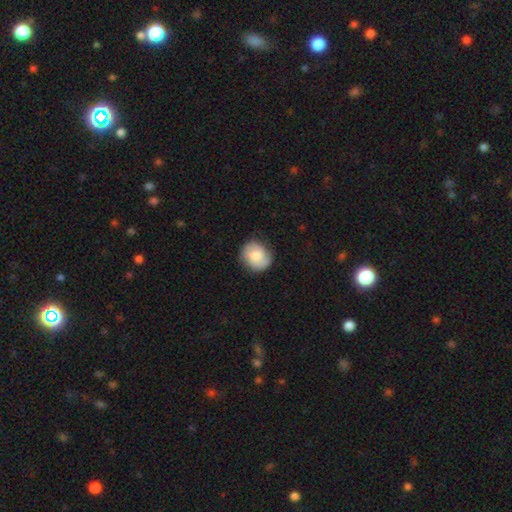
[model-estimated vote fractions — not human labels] Smooth or featured? Predicted: smooth (p=0.47). Merging? Predicted: none (p=0.80).